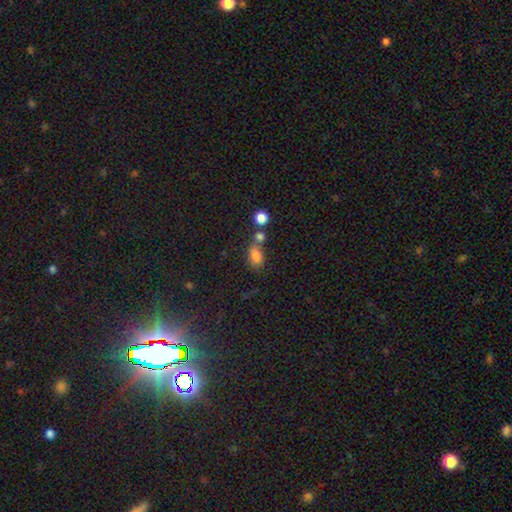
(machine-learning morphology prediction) Smooth or featured? Predicted: smooth (p=0.79). How rounded? Predicted: in between (p=0.76). Merging? Predicted: none (p=0.44).